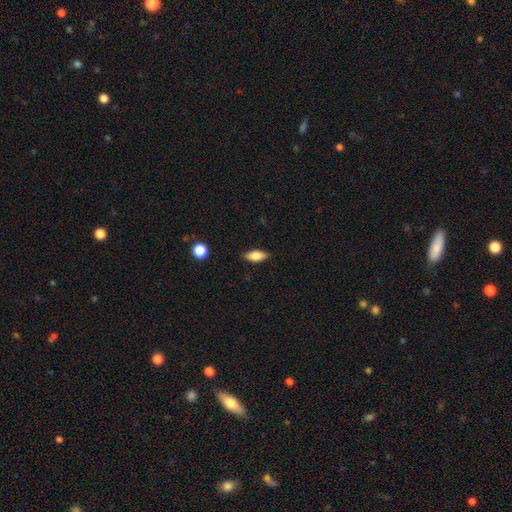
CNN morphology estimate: type=smooth (79%); roundness=in between (83%); merging=none (86%).